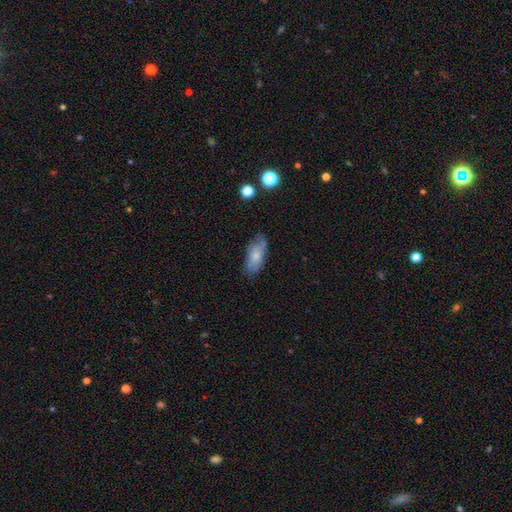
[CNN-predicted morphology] Q: Smooth or featured?
A: smooth (66%); runner-up: featured or disk (27%)
Q: How rounded?
A: in between (86%); runner-up: cigar-shaped (12%)
Q: Merging?
A: none (70%); runner-up: minor disturbance (22%)